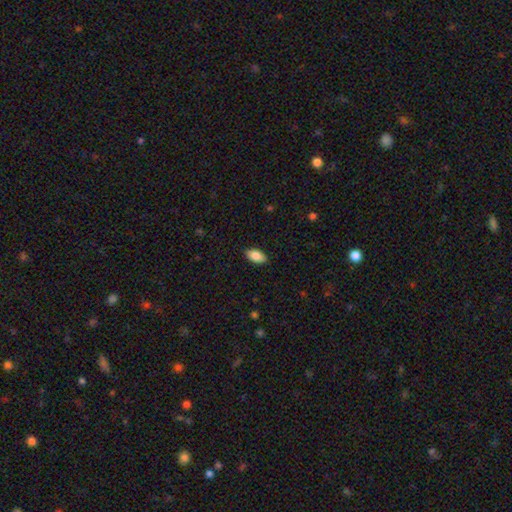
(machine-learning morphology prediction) smooth_or_featured: smooth (p=0.87) [alt: featured or disk p=0.07]
how_rounded: in between (p=0.94) [alt: cigar-shaped p=0.03]
merging: none (p=0.89) [alt: minor disturbance p=0.08]